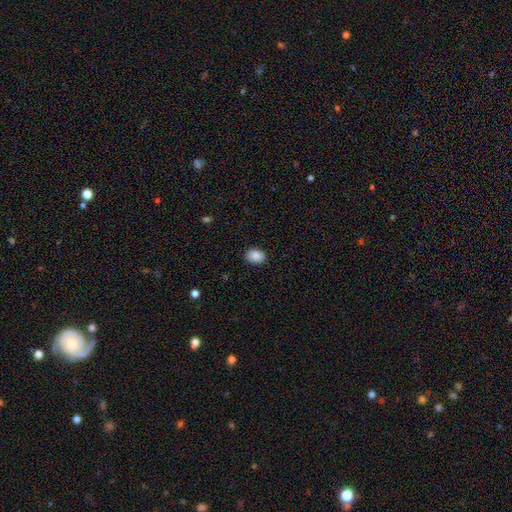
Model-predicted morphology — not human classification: A smooth galaxy with no disk features (89%) that is in between round and cigar-shaped (69%).

Vote fractions:
- Smooth or featured? smooth: 89% / star or artifact: 8% / featured or disk: 3%
- How rounded? in between: 69% / round: 30% / cigar-shaped: 1%
- Merging? none: 87% / minor disturbance: 9% / major disturbance: 2% / merger: 1%